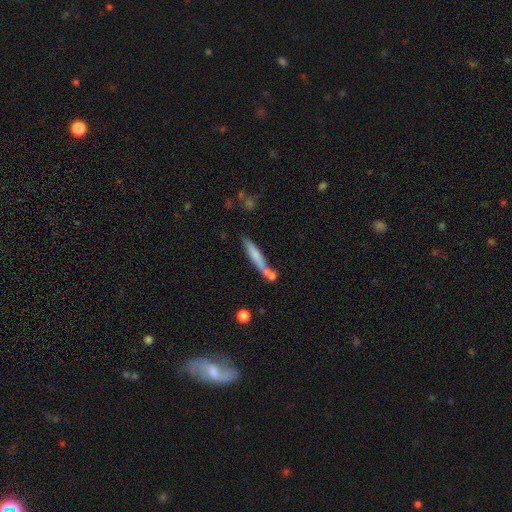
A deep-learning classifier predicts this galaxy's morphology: A smooth galaxy with no disk features (64%) that is cigar-shaped (92%). Merging: none (62%).